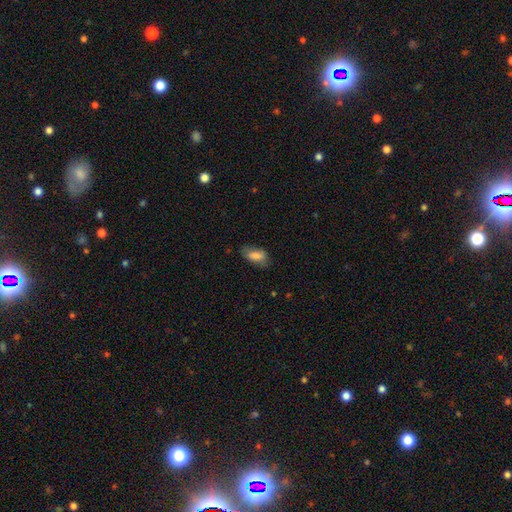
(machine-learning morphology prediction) The model was most divided on "merging": none: 69%, minor disturbance: 22%, major disturbance: 7%, merger: 1%. More confident: how rounded — in between (88%); smooth or featured — smooth (79%).